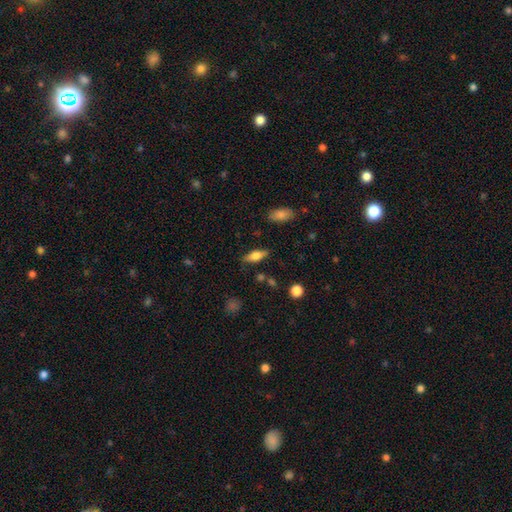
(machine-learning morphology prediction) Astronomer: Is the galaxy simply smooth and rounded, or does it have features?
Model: smooth — 61%.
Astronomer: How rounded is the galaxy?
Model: in between — 71%.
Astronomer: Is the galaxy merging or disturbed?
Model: none — 82%.